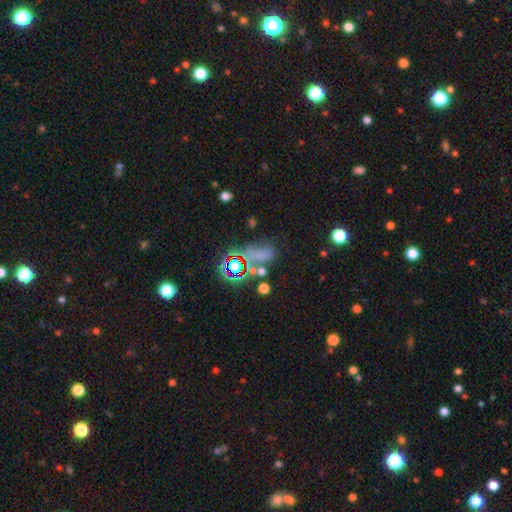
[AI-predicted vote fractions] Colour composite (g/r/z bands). It shows a star or artifact, not a galaxy (52%).